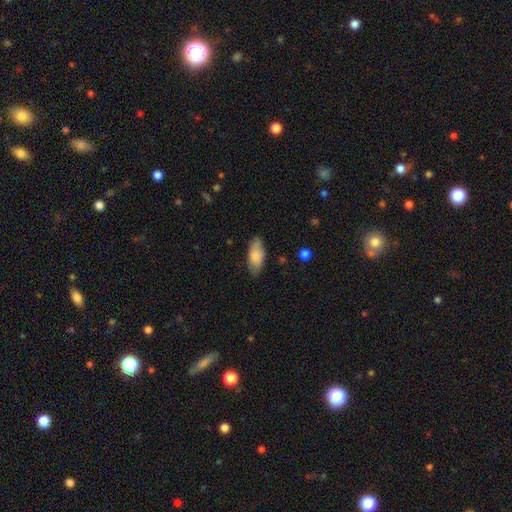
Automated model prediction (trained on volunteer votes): The model was most divided on "merging": none: 78%, minor disturbance: 17%, major disturbance: 3%, merger: 1%. More confident: how rounded — in between (85%); smooth or featured — smooth (81%).